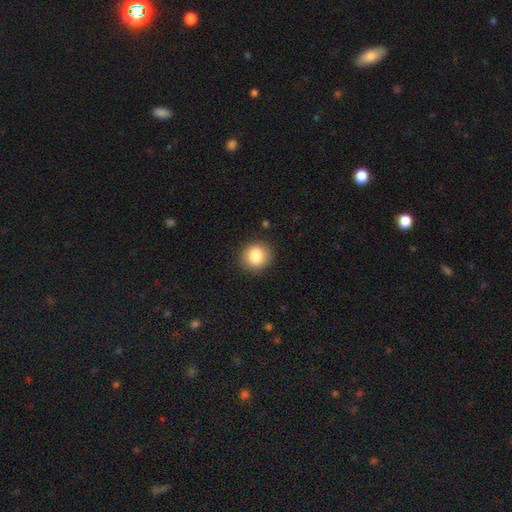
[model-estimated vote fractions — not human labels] smooth 85%, star or artifact 8%, featured or disk 7%. Down the decision tree: how rounded — round (83%); merging — none (88%).